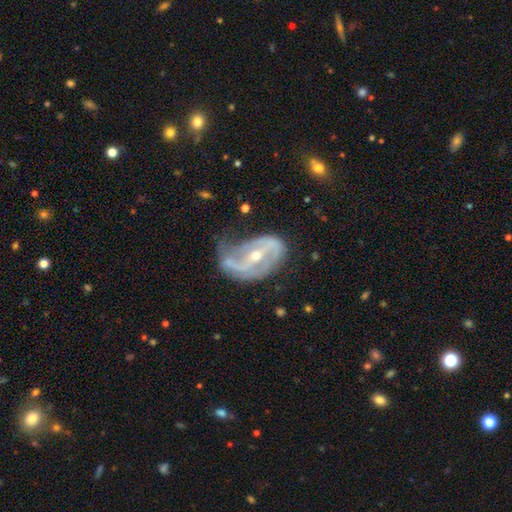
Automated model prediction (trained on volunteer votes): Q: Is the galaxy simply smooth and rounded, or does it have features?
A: featured or disk — 85%.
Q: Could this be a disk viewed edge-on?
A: no — 95%.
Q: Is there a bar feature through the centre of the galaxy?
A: strong — 50%.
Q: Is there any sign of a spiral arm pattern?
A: yes — 88%.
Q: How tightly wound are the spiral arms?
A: medium — 39%.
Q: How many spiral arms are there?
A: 2 — 70%.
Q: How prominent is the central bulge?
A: small — 56%.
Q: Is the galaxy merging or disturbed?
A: none — 42%.